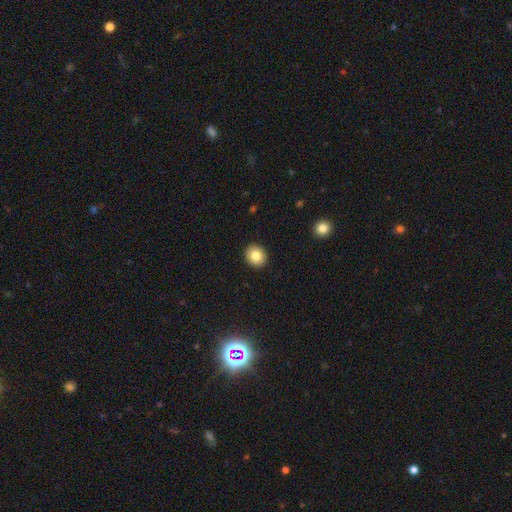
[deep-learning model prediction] Overall: smooth (83%). How rounded: round (78%). Merging: none (92%).